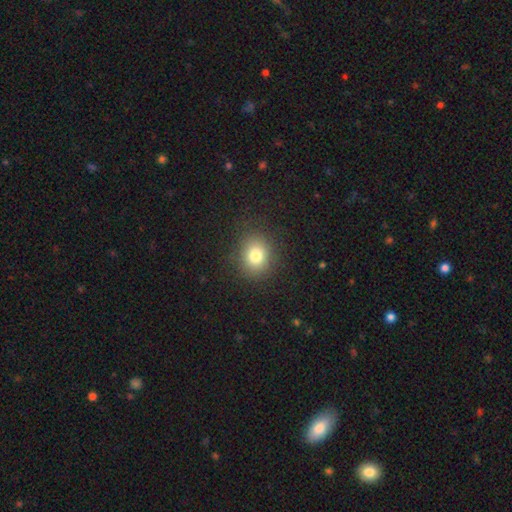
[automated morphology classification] This appears to be a smooth galaxy with no disk features (79%) that is round (67%). Merging: none (86%).